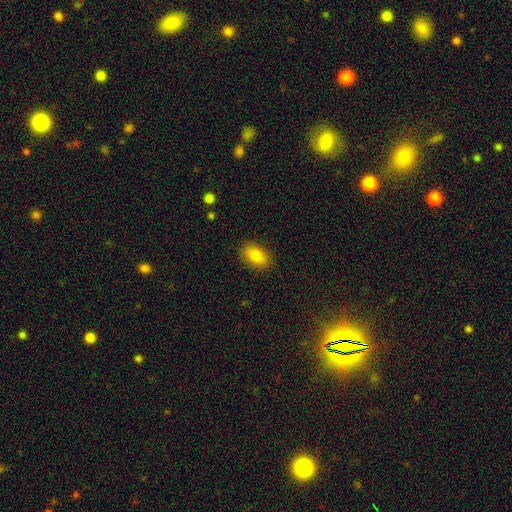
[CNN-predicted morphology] A smooth galaxy with no disk features (83%) that is in between round and cigar-shaped (88%).

Vote fractions:
- Smooth or featured? smooth: 83% / featured or disk: 9% / star or artifact: 8%
- How rounded? in between: 88% / round: 10% / cigar-shaped: 2%
- Merging? none: 87% / minor disturbance: 9% / major disturbance: 2% / merger: 1%